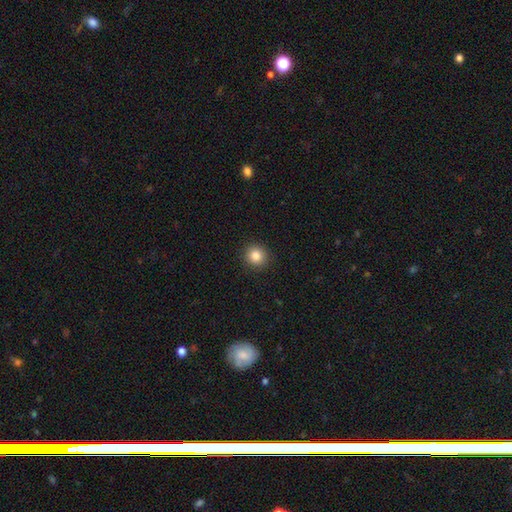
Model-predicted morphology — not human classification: smooth-or-featured: smooth: 85% | star or artifact: 10% | featured or disk: 5%
  how-rounded: round: 91% | in between: 8% | cigar-shaped: 1%
  merging: none: 92% | minor disturbance: 6% | major disturbance: 2% | merger: 1%